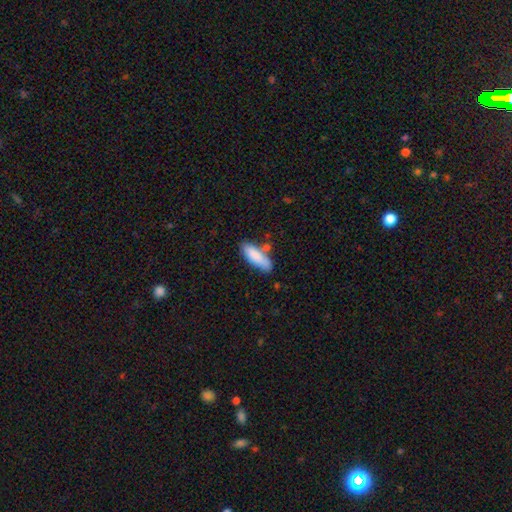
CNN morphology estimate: smooth_or_featured: smooth (p=0.84) [alt: featured or disk p=0.10]
how_rounded: in between (p=0.54) [alt: cigar-shaped p=0.44]
merging: none (p=0.65) [alt: minor disturbance p=0.21]